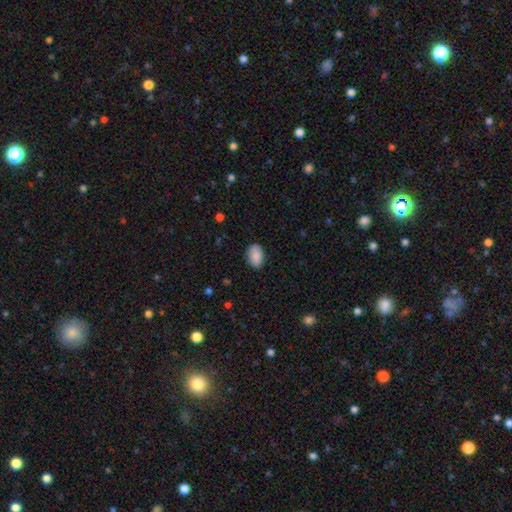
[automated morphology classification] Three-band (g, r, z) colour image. It shows a smooth galaxy with no disk features (88%) that is in between round and cigar-shaped (90%). Merging: none (84%).